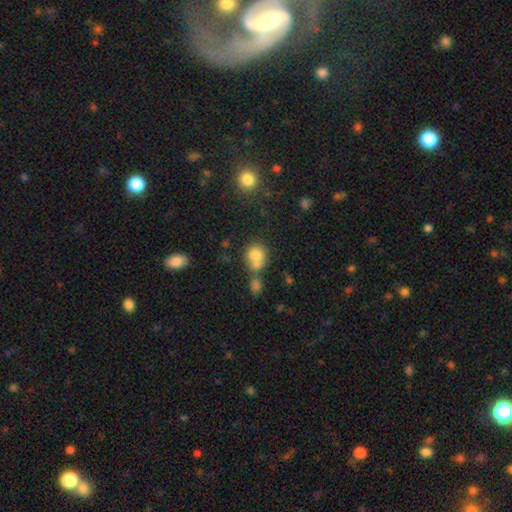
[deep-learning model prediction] This appears to be a smooth galaxy with no disk features (76%) that is round (79%). Merging: merger (46%).